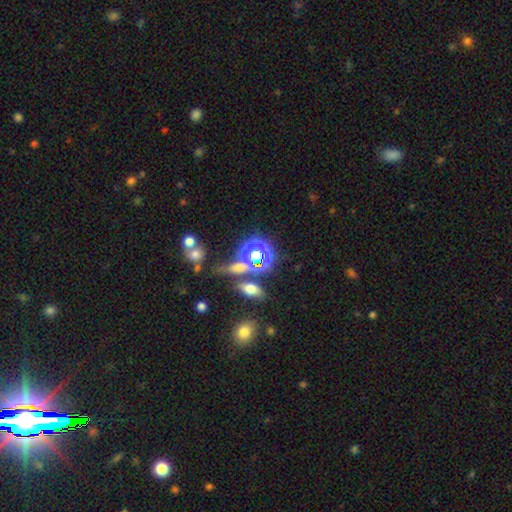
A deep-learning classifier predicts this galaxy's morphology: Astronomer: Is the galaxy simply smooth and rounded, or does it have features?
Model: smooth — 47% (runner-up: star or artifact, 40%).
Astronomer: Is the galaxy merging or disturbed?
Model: none — 53%.